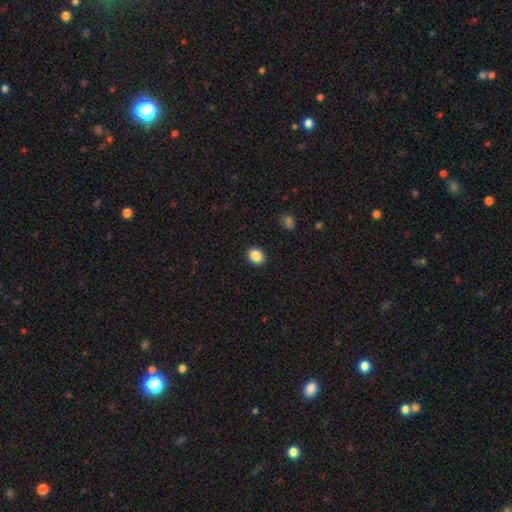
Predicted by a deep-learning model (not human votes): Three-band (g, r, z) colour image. It shows a smooth galaxy with no disk features (88%) that is round (53%). Merging: none (90%).